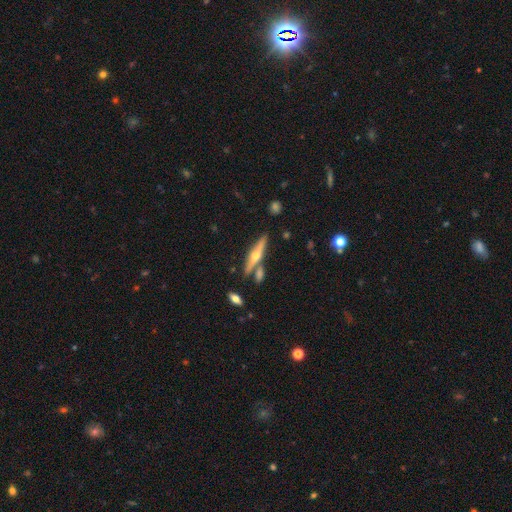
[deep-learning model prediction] A featured or disk galaxy (70%) viewed edge-on (96%) with a rounded central bulge (94%).

Vote fractions:
- Smooth or featured? featured or disk: 70% / smooth: 23% / star or artifact: 7%
- Edge-on disk? yes: 96% / no: 4%
- Edge-on bulge? rounded: 94% / none: 4% / boxy: 3%
- Merging? none: 76% / merger: 11% / minor disturbance: 10% / major disturbance: 3%